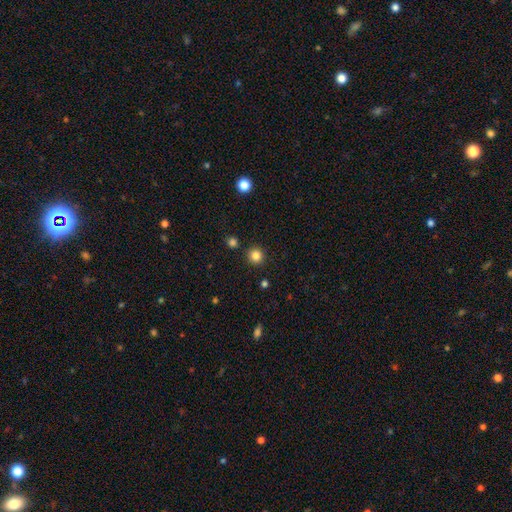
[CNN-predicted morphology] A smooth galaxy with no disk features (83%) that is round (94%).

Vote fractions:
- Smooth or featured? smooth: 83% / star or artifact: 12% / featured or disk: 4%
- How rounded? round: 94% / in between: 5% / cigar-shaped: 1%
- Merging? none: 90% / minor disturbance: 5% / merger: 3% / major disturbance: 2%